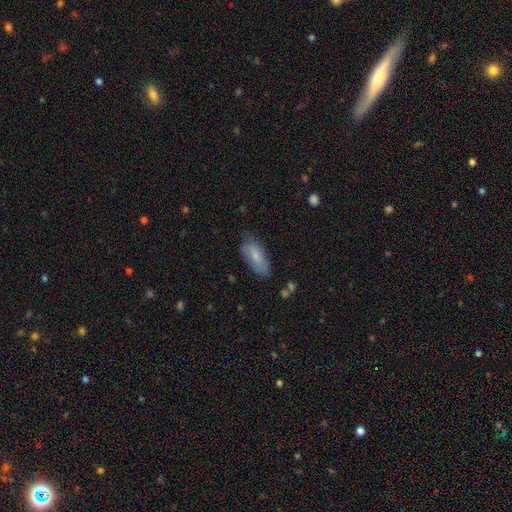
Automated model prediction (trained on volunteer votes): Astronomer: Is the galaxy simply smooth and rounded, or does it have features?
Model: smooth — 75%.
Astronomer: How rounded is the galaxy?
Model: in between — 79%.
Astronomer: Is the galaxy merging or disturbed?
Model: none — 69%.